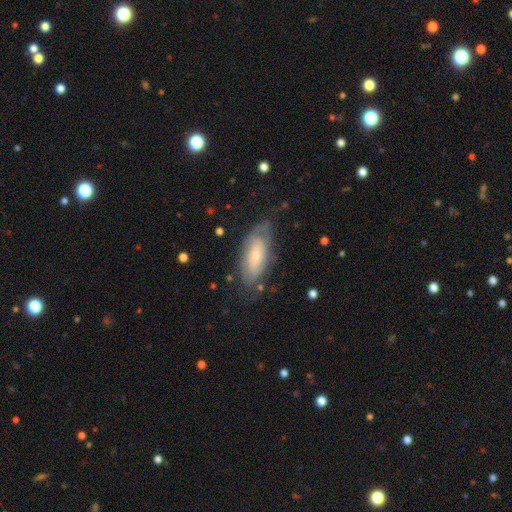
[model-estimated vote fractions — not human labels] A featured or disk galaxy (47%). Merging: none (62%).